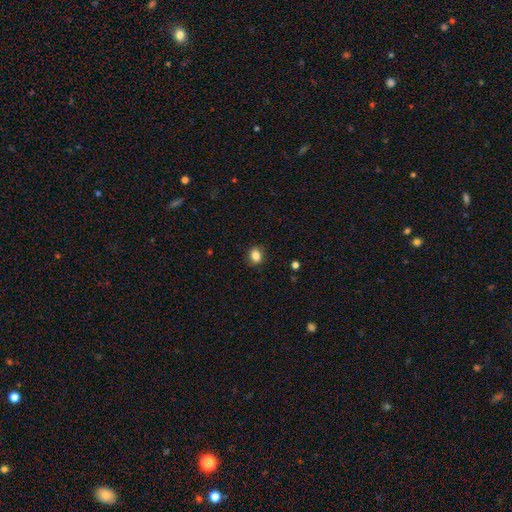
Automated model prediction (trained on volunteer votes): Smooth or featured? smooth (84%)
How rounded? in between (52%)
Merging? none (86%)